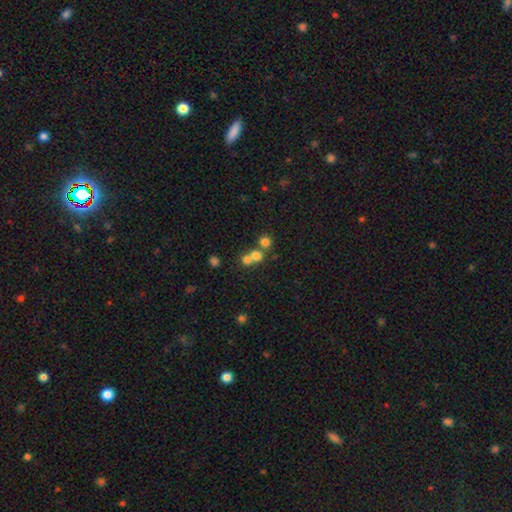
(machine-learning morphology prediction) Smooth or featured: smooth — 70% (star or artifact — 17%)
How rounded: round — 83% (in between — 16%)
Merging: merger — 49% (none — 42%)